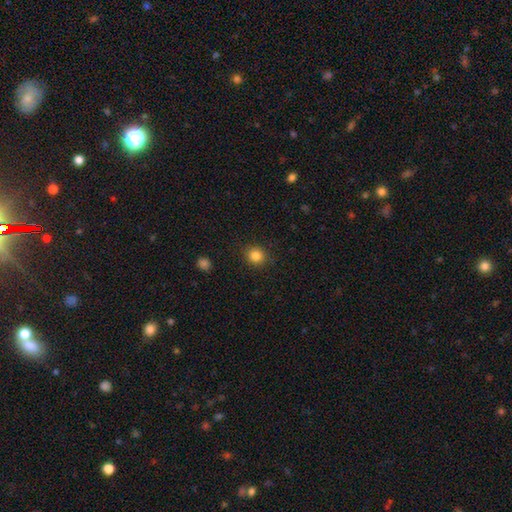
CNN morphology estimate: Smooth or featured? smooth (84%)
How rounded? round (88%)
Merging? none (90%)